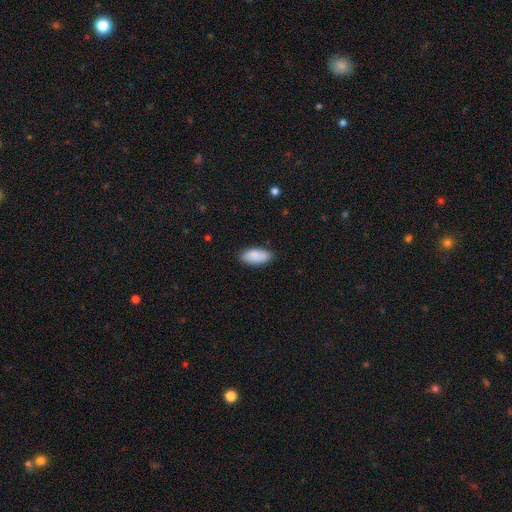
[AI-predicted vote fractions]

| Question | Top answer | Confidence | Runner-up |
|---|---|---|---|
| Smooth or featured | smooth | 88% | star or artifact (6%) |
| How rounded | in between | 91% | cigar-shaped (8%) |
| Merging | none | 87% | minor disturbance (10%) |